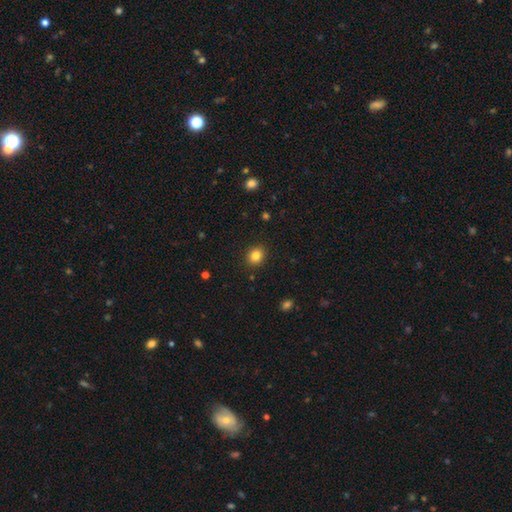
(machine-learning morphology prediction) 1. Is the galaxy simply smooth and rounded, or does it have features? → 83% smooth, 11% star or artifact, 6% featured or disk.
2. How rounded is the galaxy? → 71% round, 28% in between, 1% cigar-shaped.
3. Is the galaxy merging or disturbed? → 90% none, 7% minor disturbance, 2% major disturbance, 1% merger.